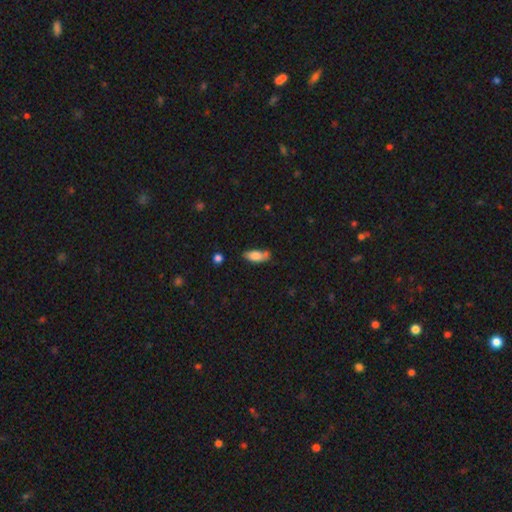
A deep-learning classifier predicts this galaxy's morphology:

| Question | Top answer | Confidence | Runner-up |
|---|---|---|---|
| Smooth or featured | smooth | 78% | featured or disk (14%) |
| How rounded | in between | 80% | cigar-shaped (18%) |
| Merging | none | 61% | minor disturbance (24%) |